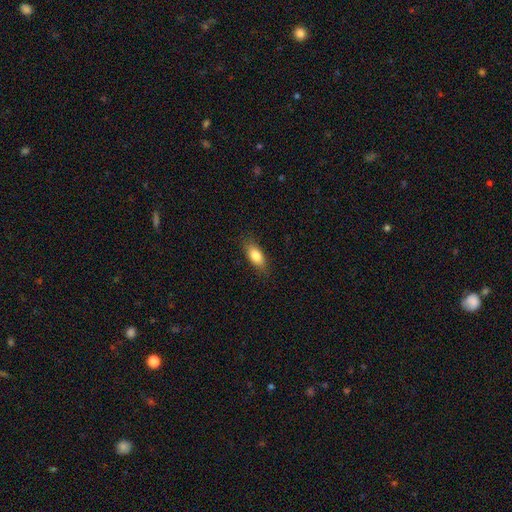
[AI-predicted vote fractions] Smooth or featured: smooth — 82% (featured or disk — 11%)
How rounded: in between — 82% (cigar-shaped — 14%)
Merging: none — 84% (minor disturbance — 12%)